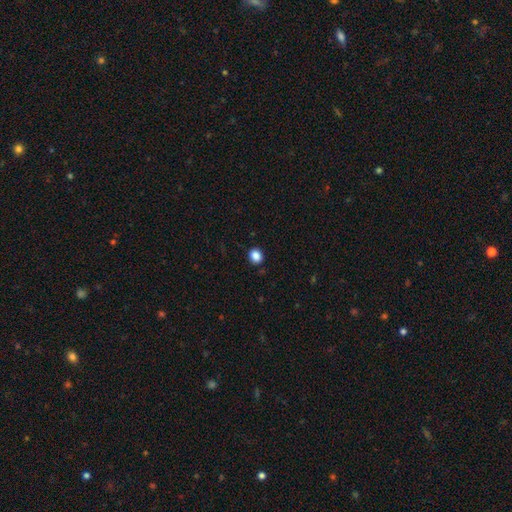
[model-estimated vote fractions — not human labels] This appears to be a smooth galaxy with no disk features (87%) that is round (67%). Merging: none (90%).